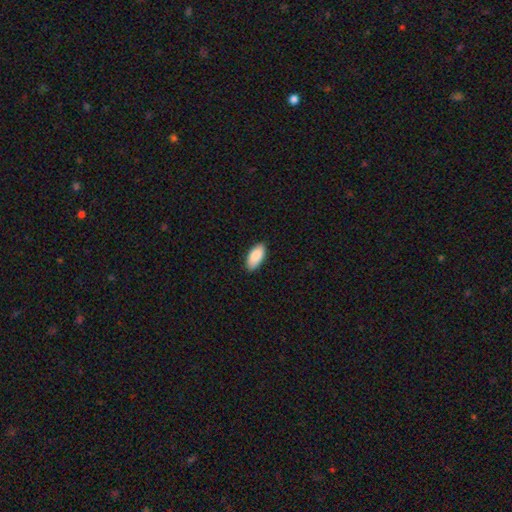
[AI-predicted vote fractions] Overall: smooth (89%). How rounded: in between (92%). Merging: none (88%).